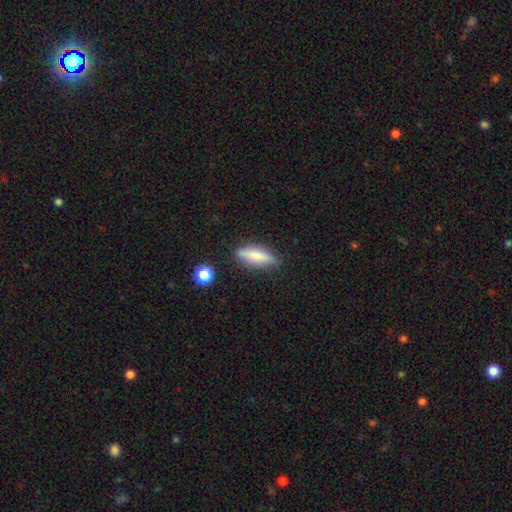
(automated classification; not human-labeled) Smooth or featured? Predicted: smooth (p=0.61). How rounded? Predicted: cigar-shaped (p=0.63). Merging? Predicted: none (p=0.79).